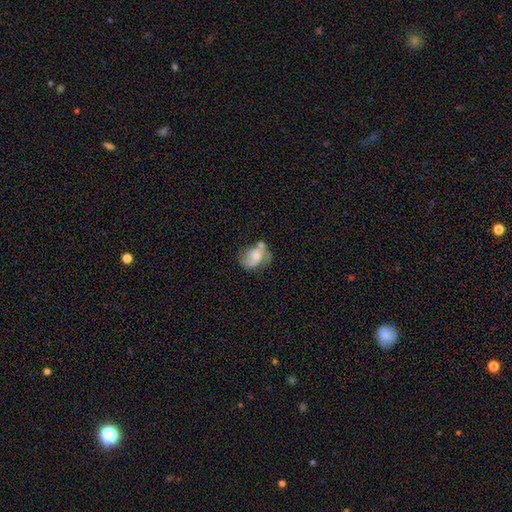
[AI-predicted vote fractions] smooth-or-featured: featured or disk: 57% | smooth: 35% | star or artifact: 8%
  disk-edge-on: no: 97% | yes: 3%
    bar: no: 66% | weak: 29% | strong: 5%
    has-spiral-arms: yes: 85% | no: 15%
    bulge-size: moderate: 42% | small: 35% | none: 11% | large: 10% | dominant: 2%
  merging: none: 40% | minor disturbance: 24% | merger: 20% | major disturbance: 16%